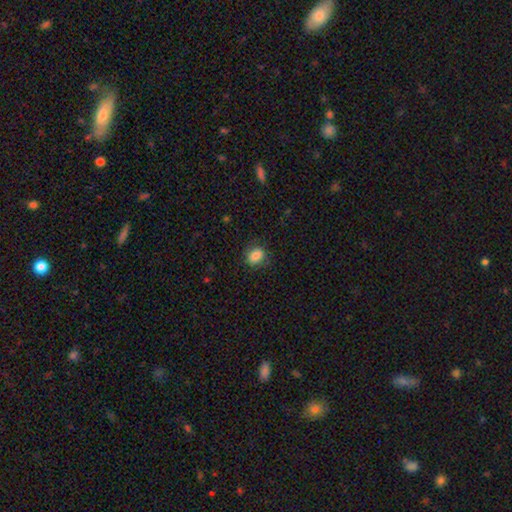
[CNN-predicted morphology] smooth_or_featured: smooth (p=0.85) [alt: star or artifact p=0.09]
how_rounded: in between (p=0.59) [alt: round p=0.39]
merging: none (p=0.79) [alt: minor disturbance p=0.16]